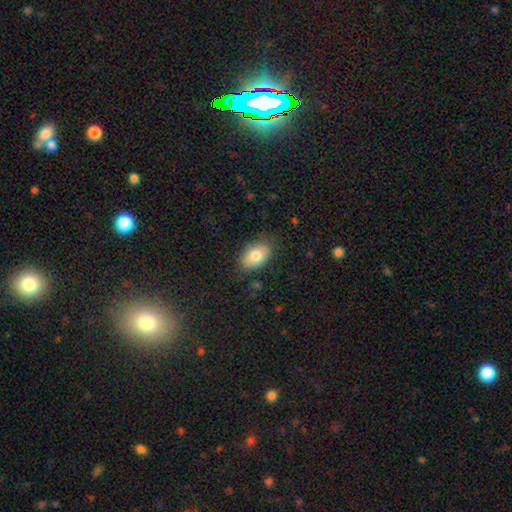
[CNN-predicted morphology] The model was most divided on "smooth or featured": smooth: 79%, featured or disk: 14%, star or artifact: 7%. More confident: how rounded — in between (89%); merging — none (81%).